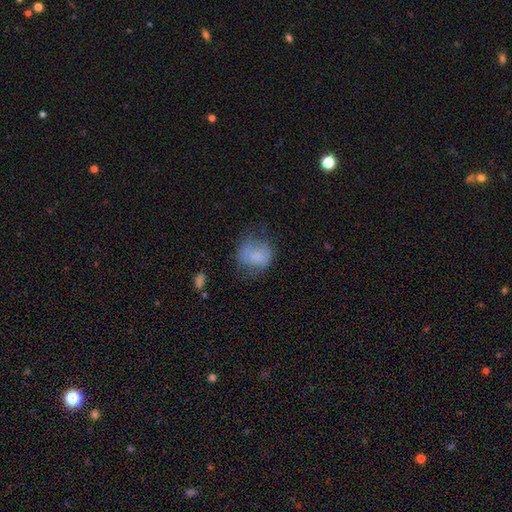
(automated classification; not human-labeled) Smooth or featured? Predicted: smooth (p=0.65). How rounded? Predicted: round (p=0.62). Merging? Predicted: none (p=0.47).